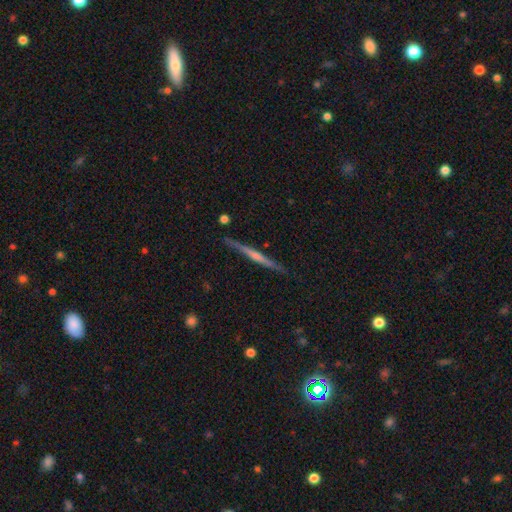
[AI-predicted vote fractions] Smooth or featured?
  - featured or disk: 74% *
  - smooth: 17%
  - star or artifact: 9%
Edge-on disk?
  - yes: 98% *
  - no: 2%
Edge-on bulge?
  - rounded: 65% *
  - none: 26%
  - boxy: 10%
Merging?
  - none: 89% *
  - minor disturbance: 7%
  - major disturbance: 2%
  - merger: 2%